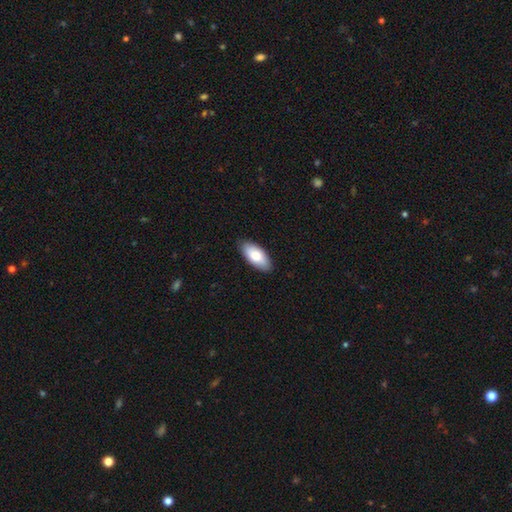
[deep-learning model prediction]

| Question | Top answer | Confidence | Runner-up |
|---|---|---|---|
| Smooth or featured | smooth | 78% | featured or disk (17%) |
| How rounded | in between | 90% | cigar-shaped (8%) |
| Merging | none | 88% | minor disturbance (9%) |